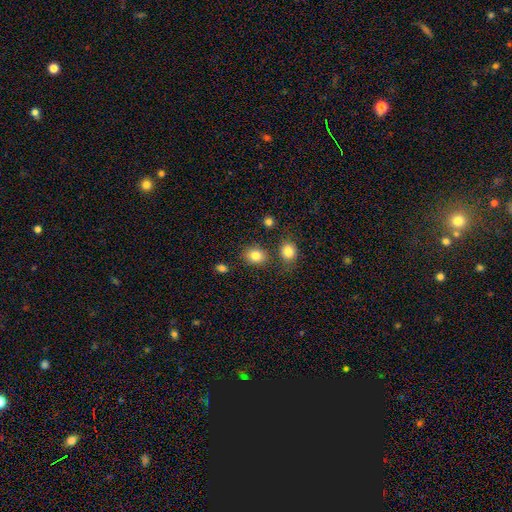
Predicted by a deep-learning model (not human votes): This is clearly a smooth galaxy (83%). How rounded: likely round (62%). Merging: likely none (77%).